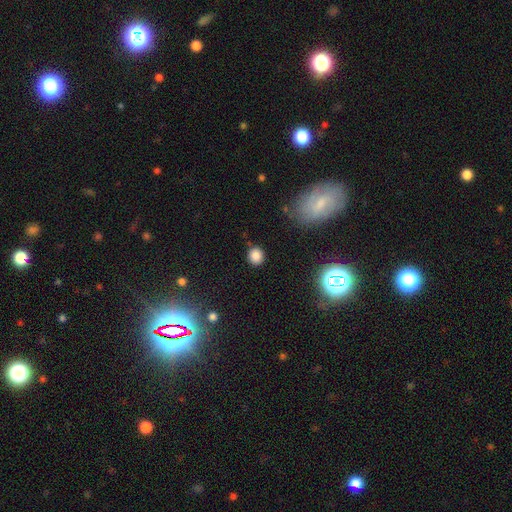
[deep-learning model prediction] Smooth or featured? Predicted: smooth (p=0.82). How rounded? Predicted: round (p=0.85). Merging? Predicted: none (p=0.85).